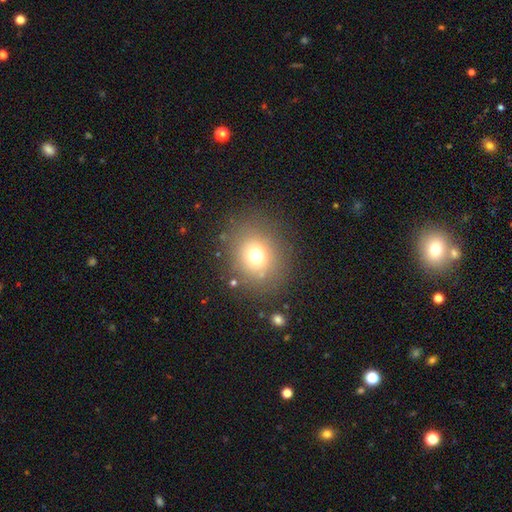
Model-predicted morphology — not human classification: This is likely a smooth galaxy (70%). How rounded: likely round (78%). Merging: clearly none (81%).